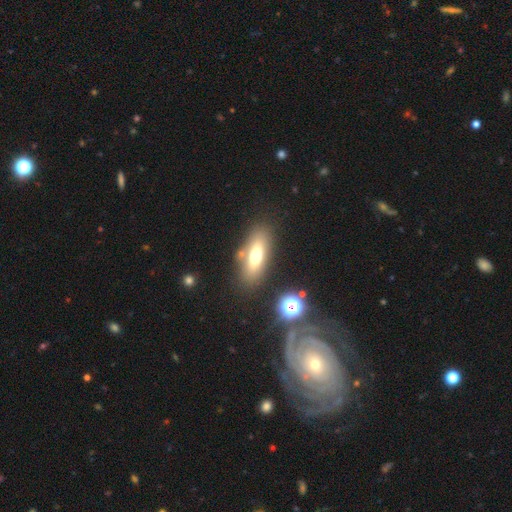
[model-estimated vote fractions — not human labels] The model was most divided on "smooth or featured": smooth: 64%, featured or disk: 25%, star or artifact: 11%. More confident: merging — none (77%); how rounded — in between (68%).